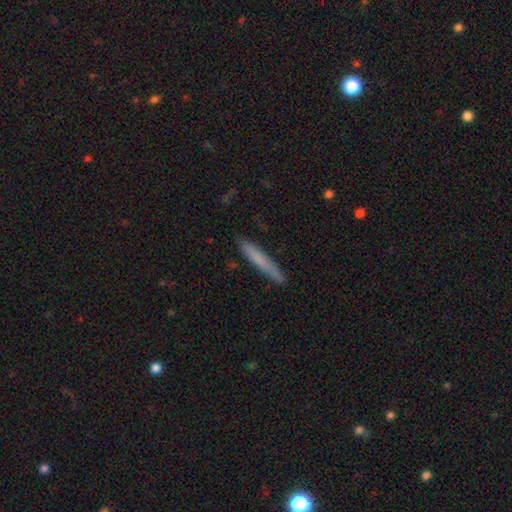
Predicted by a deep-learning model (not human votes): Morphology: type=smooth (68%); roundness=cigar-shaped (96%); merging=none (88%).